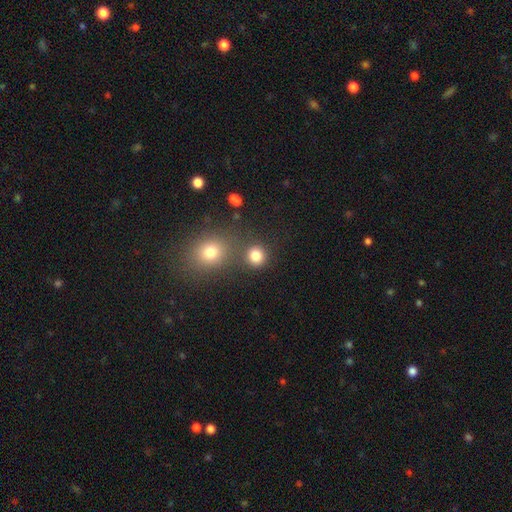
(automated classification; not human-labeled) The model was most divided on "merging": none: 75%, merger: 14%, minor disturbance: 8%, major disturbance: 4%. More confident: how rounded — round (87%); smooth or featured — smooth (81%).